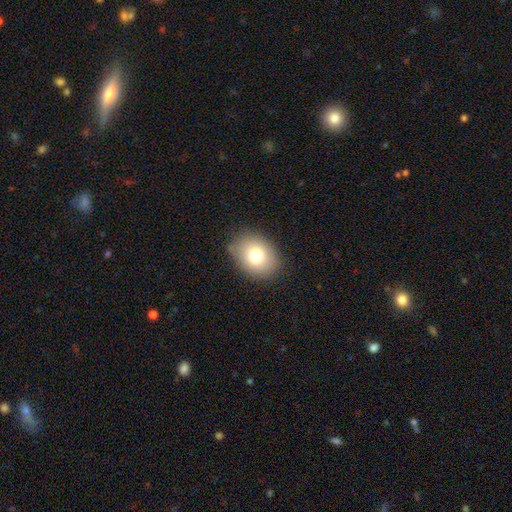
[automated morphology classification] smooth 76%, featured or disk 14%, star or artifact 11%. Down the decision tree: how rounded — in between (57%); merging — none (83%).